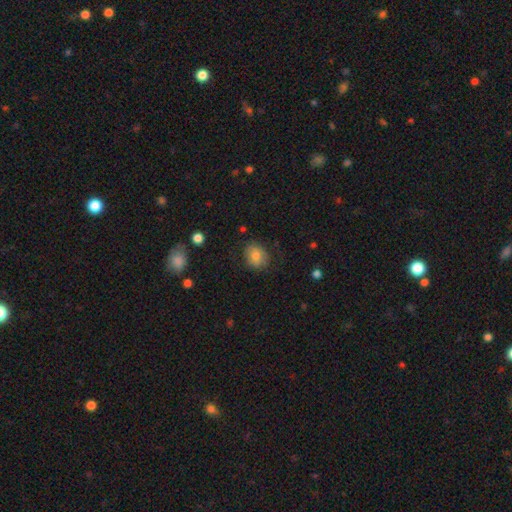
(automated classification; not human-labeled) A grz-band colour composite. It shows a smooth galaxy with no disk features (76%) that is round (57%). Merging: none (76%).